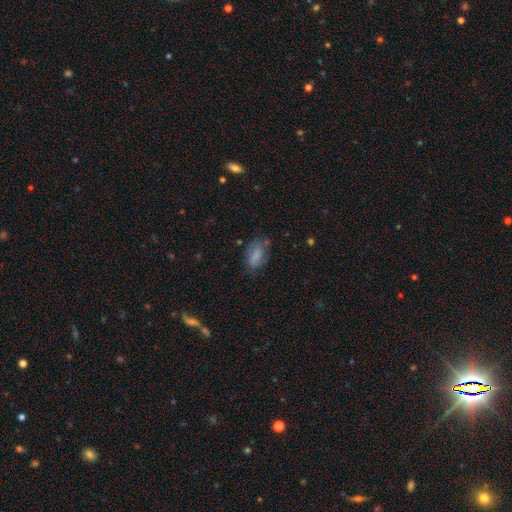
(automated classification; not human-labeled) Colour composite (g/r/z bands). It shows a smooth galaxy with no disk features (71%) that is in between round and cigar-shaped (89%). Merging: none (60%).